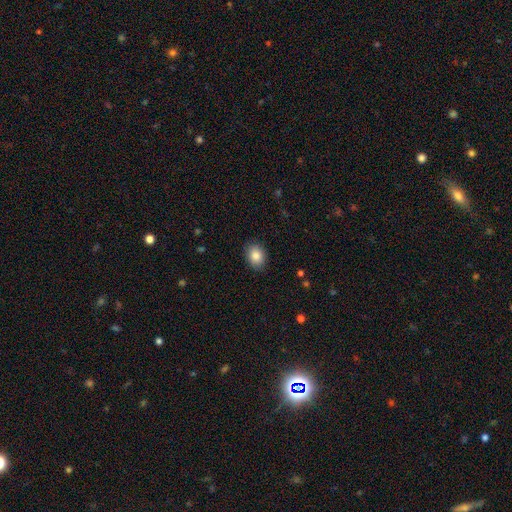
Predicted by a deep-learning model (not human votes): Smooth or featured? smooth (86%)
How rounded? in between (62%)
Merging? none (88%)